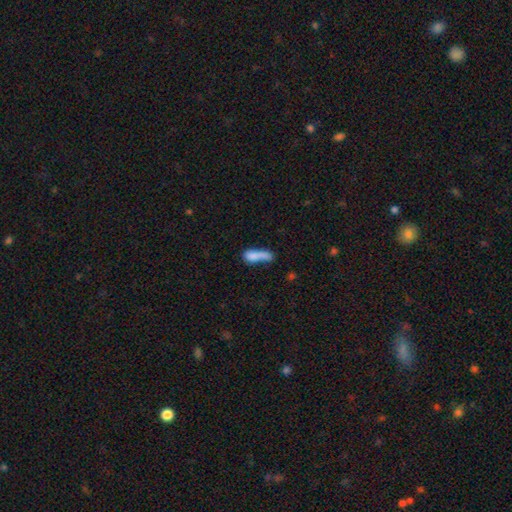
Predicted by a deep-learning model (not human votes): Morphology: type=smooth (74%); roundness=cigar-shaped (52%); merging=none (31%).